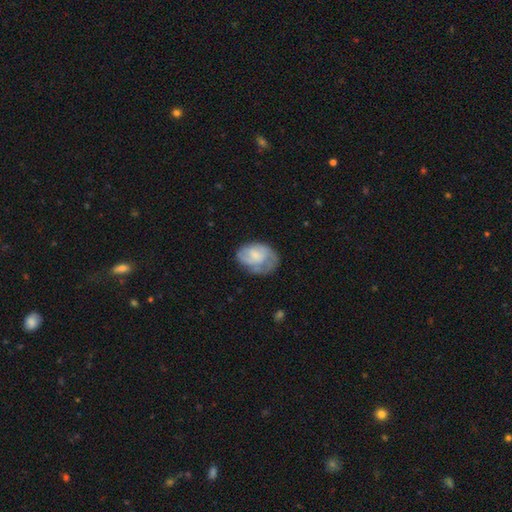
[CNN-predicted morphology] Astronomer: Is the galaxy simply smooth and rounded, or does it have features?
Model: featured or disk — 52% (runner-up: smooth, 41%).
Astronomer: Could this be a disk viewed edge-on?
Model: no — 97%.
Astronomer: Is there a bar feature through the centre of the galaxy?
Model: no — 62%.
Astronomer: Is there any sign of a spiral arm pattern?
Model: yes — 77%.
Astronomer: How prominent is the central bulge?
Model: small — 42% (runner-up: moderate, 27%).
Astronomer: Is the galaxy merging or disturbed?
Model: none — 55%.